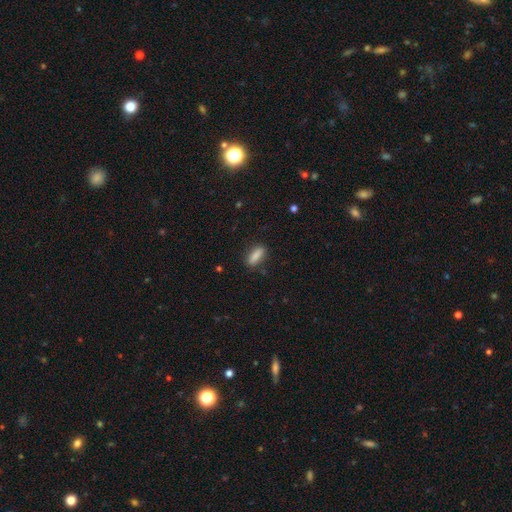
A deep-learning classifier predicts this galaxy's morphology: This is clearly a smooth galaxy (85%). How rounded: possibly in between (54%). Merging: clearly none (85%).